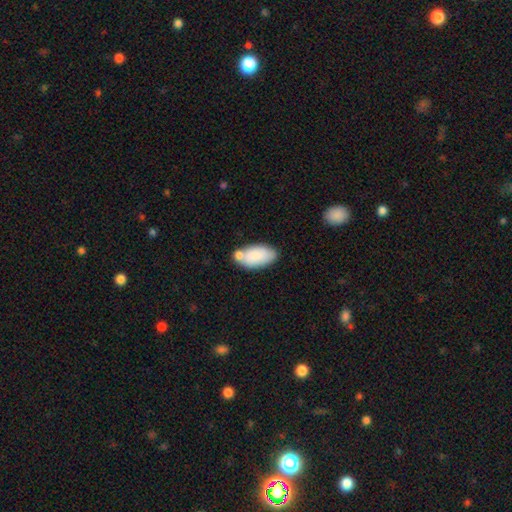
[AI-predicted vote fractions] Overall: smooth (82%). How rounded: in between (95%). Merging: none (53%; merger 24%).